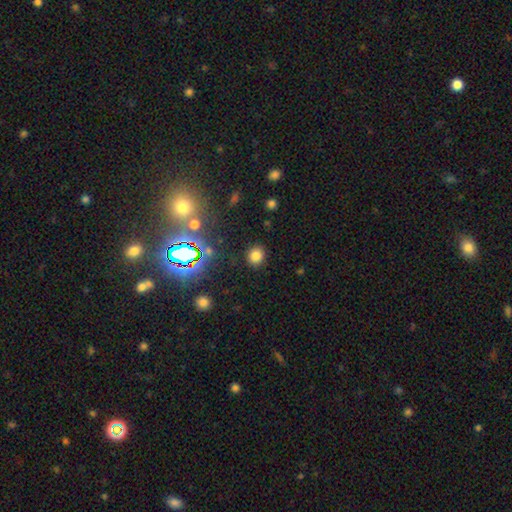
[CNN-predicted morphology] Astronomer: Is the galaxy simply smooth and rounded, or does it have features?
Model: smooth — 77%.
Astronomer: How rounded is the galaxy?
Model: round — 80%.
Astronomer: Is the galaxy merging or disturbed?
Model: none — 88%.